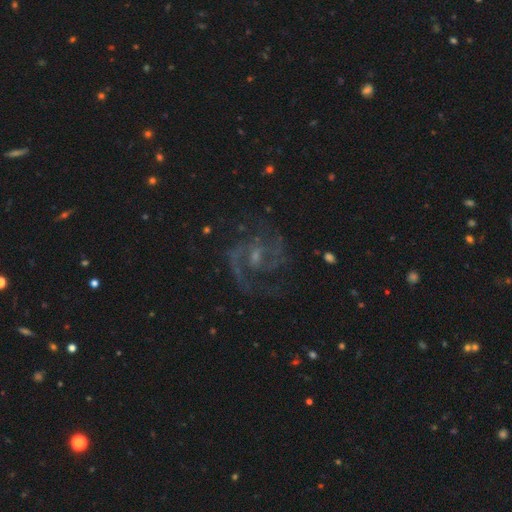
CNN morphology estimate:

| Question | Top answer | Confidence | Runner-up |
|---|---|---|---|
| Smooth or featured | featured or disk | 84% | star or artifact (11%) |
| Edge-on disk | no | 98% | yes (2%) |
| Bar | weak | 46% | no (40%) |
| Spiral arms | yes | 98% | no (2%) |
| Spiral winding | medium | 56% | tight (29%) |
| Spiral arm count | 2 | 76% | 3 (7%) |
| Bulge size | small | 62% | moderate (28%) |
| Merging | none | 76% | minor disturbance (12%) |